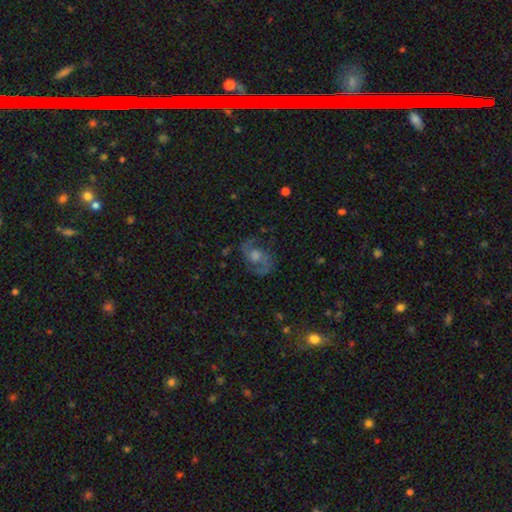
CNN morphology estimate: The model was most divided on "bar": no: 58%, weak: 34%, strong: 7%. More confident: edge-on disk — no (97%); spiral arms — yes (94%); spiral arm count — 2 (90%); smooth or featured — featured or disk (78%); merging — none (76%); spiral winding — medium (56%); bulge size — moderate (54%).